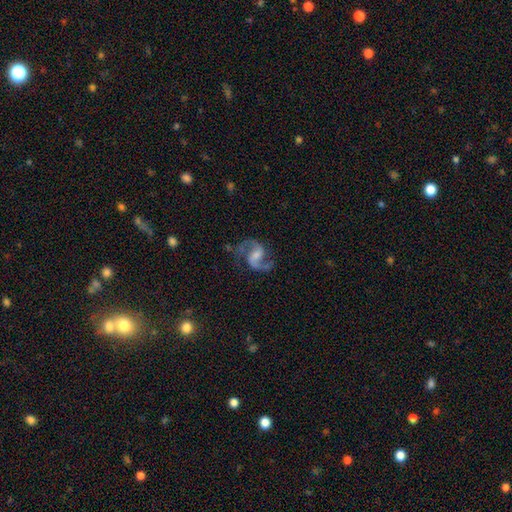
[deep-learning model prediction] The model was most divided on "bulge size": small: 37%, moderate: 36%, none: 19%, large: 7%, dominant: 1%. More confident: edge-on disk — no (98%); spiral arms — yes (97%); spiral arm count — 2 (92%); smooth or featured — featured or disk (90%); merging — none (72%); spiral winding — medium (54%); bar — weak (52%).